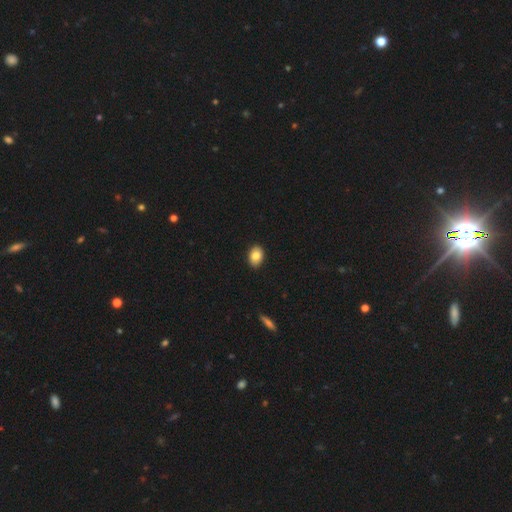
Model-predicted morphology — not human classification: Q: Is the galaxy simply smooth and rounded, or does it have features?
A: smooth — 85%.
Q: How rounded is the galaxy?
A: in between — 77%.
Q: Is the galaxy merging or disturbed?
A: none — 90%.